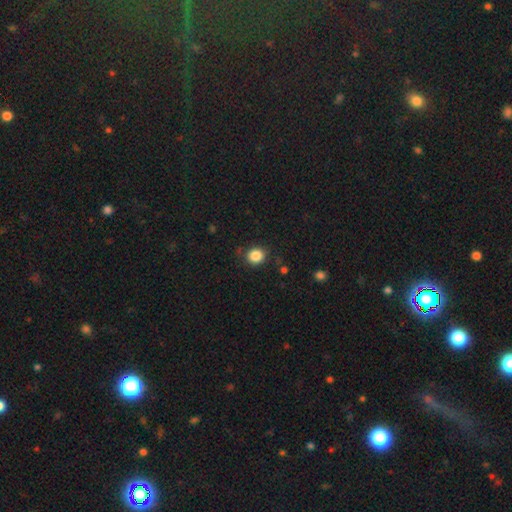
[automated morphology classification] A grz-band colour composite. It shows a smooth galaxy with no disk features (86%) that is round (78%). Merging: none (84%).